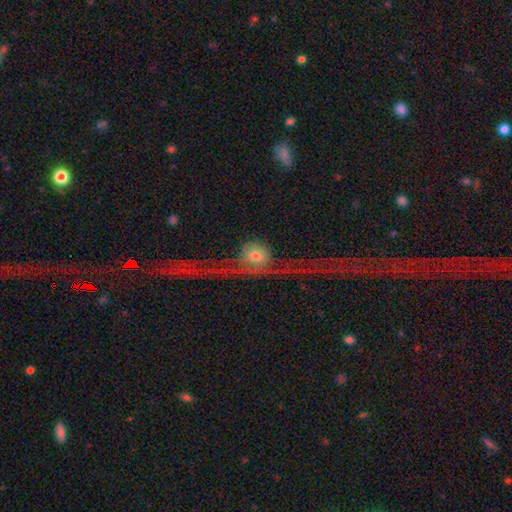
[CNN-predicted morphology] Overall: featured or disk (50%; smooth 36%). Edge-on disk: no (73%). Merging: major disturbance (49%; none 28%).